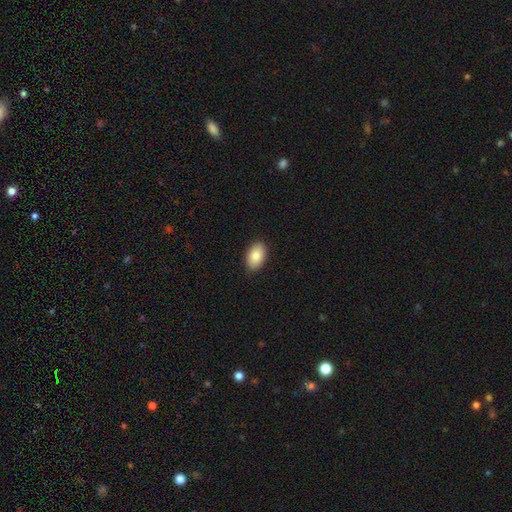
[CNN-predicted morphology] smooth_or_featured: smooth (p=0.86) [alt: featured or disk p=0.07]
how_rounded: in between (p=0.92) [alt: round p=0.06]
merging: none (p=0.89) [alt: minor disturbance p=0.09]